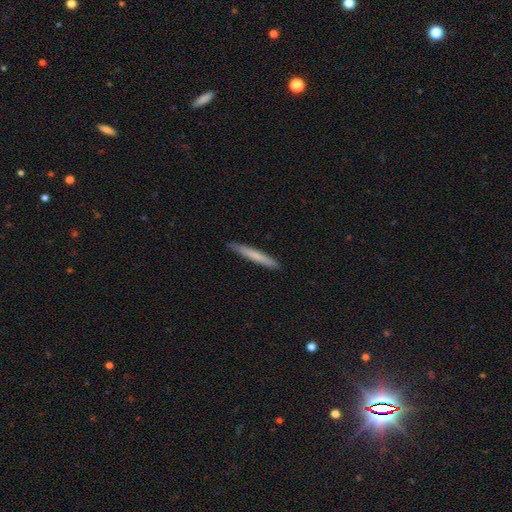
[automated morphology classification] Smooth or featured? Predicted: smooth (p=0.69). How rounded? Predicted: cigar-shaped (p=0.96). Merging? Predicted: none (p=0.90).